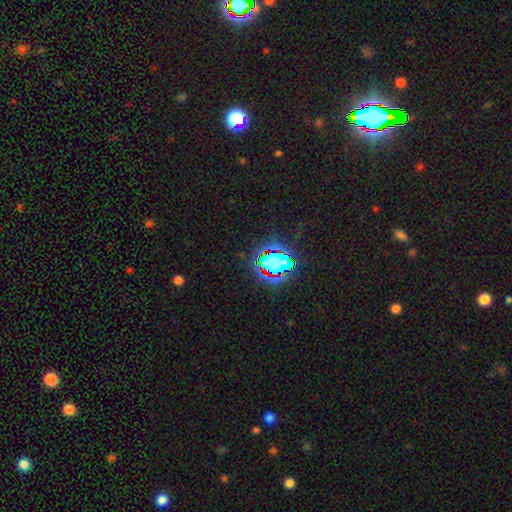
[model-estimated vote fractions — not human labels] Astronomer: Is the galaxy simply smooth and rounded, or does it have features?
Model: star or artifact — 81%.